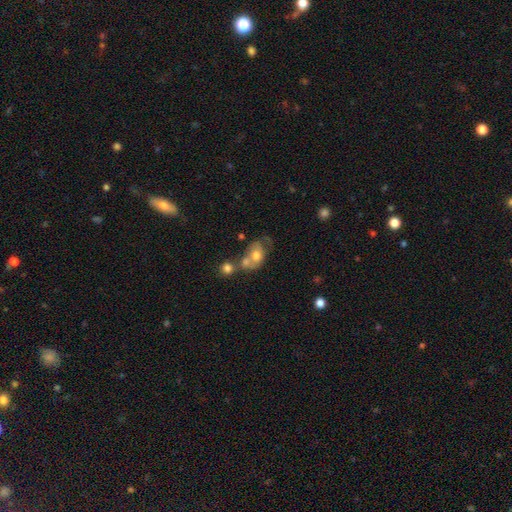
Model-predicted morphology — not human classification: smooth 52%, featured or disk 35%, star or artifact 13%. Down the decision tree: how rounded — in between (63%); merging — merger (46%).